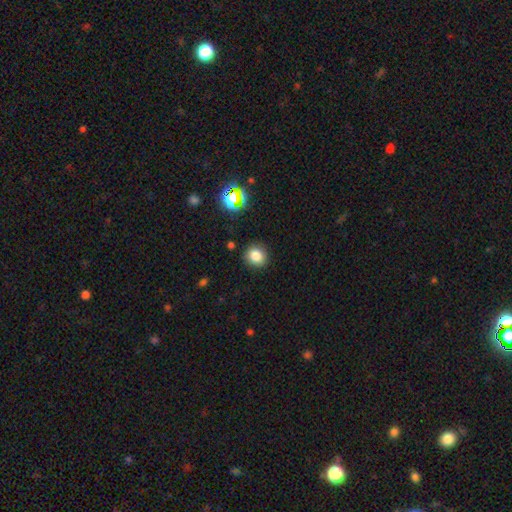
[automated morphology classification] This is likely a smooth galaxy (80%). How rounded: clearly round (83%). Merging: clearly none (88%).